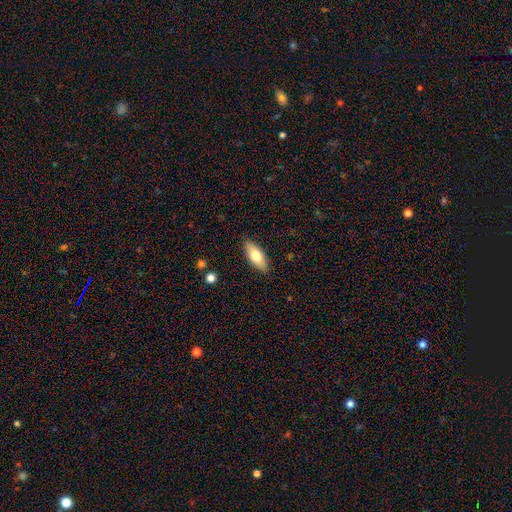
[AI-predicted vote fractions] smooth 69%, featured or disk 25%, star or artifact 6%. Down the decision tree: how rounded — in between (74%); merging — none (88%).